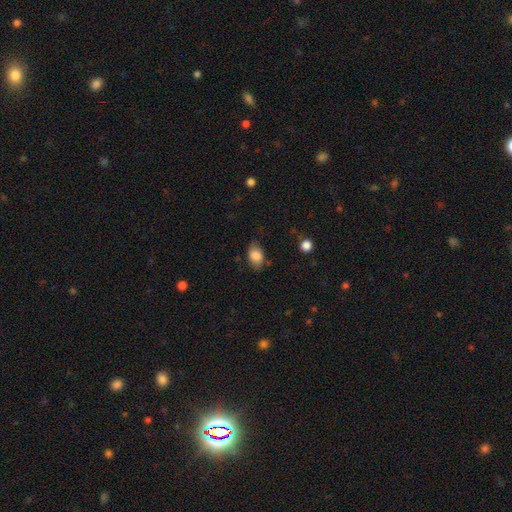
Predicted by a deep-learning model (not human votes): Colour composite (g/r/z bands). It shows a smooth galaxy with no disk features (84%) that is in between round and cigar-shaped (83%). Merging: none (72%).